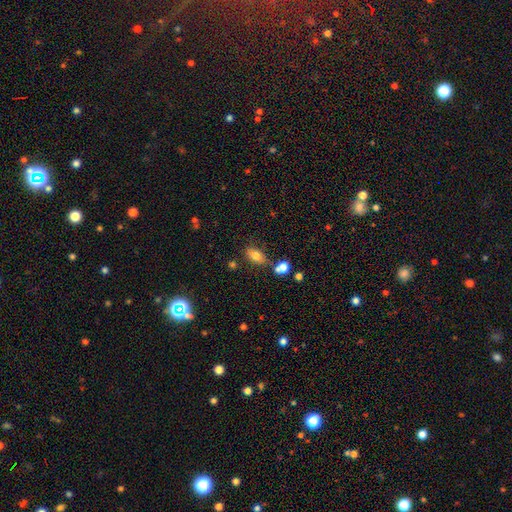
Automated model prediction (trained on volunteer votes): Overall: smooth (78%). How rounded: in between (86%). Merging: none (70%).